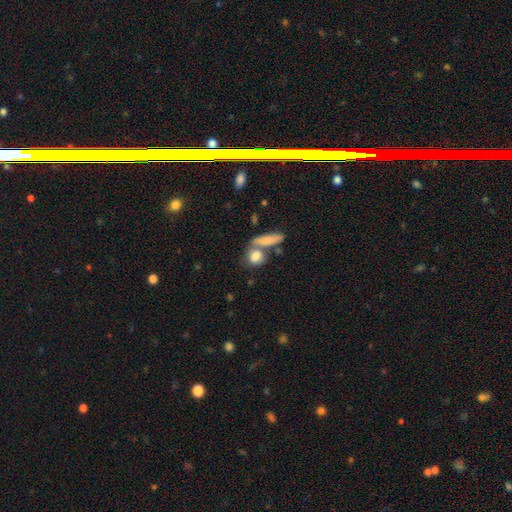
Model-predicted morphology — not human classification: The model was most divided on "how rounded": round: 50%, in between: 39%, cigar-shaped: 10%. Remaining: smooth or featured — smooth (81%); merging — none (47%).